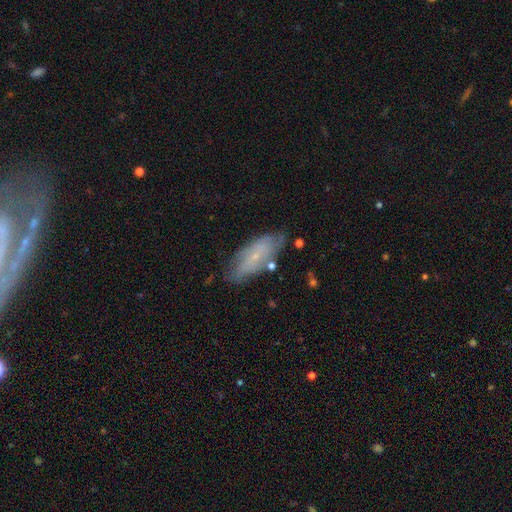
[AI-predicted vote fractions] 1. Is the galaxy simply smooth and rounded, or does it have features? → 47% featured or disk, 46% smooth, 8% star or artifact.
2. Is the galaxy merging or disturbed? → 68% none, 22% minor disturbance, 5% major disturbance, 4% merger.